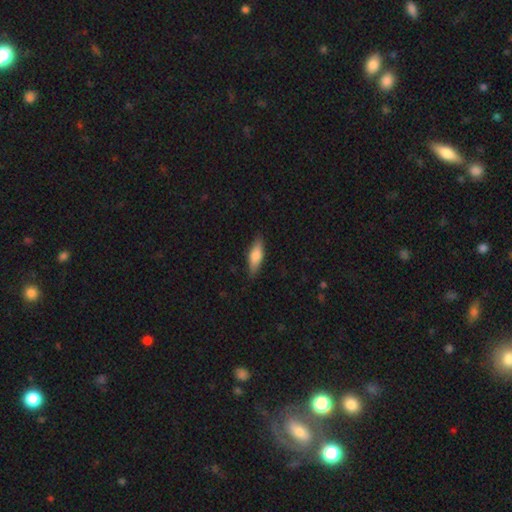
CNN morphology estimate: type=smooth (72%); roundness=in between (53%); merging=none (85%).